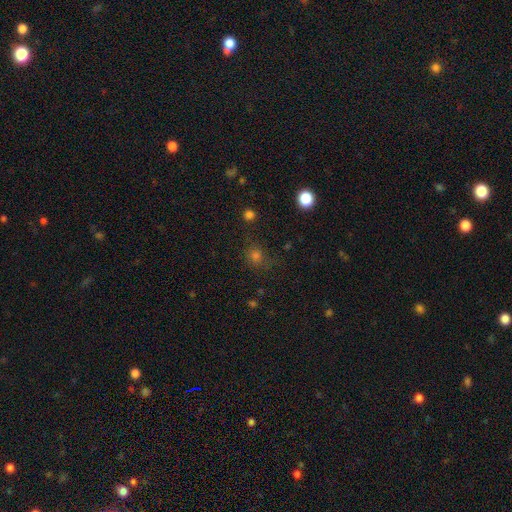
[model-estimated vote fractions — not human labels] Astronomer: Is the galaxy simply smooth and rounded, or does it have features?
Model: smooth — 67%.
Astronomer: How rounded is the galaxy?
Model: round — 86%.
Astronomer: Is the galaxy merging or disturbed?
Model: none — 75%.